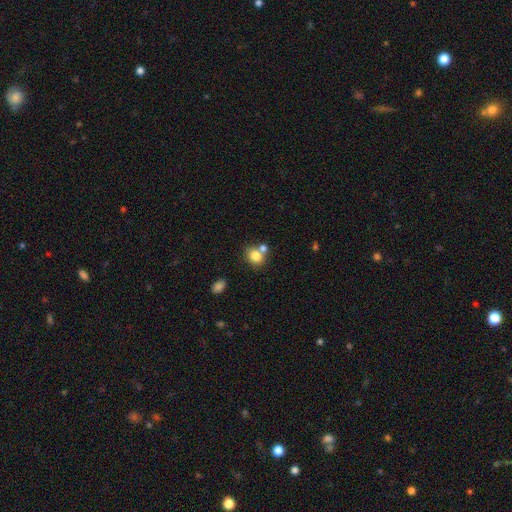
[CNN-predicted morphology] smooth 80%, star or artifact 11%, featured or disk 10%. Down the decision tree: how rounded — round (62%); merging — none (51%).